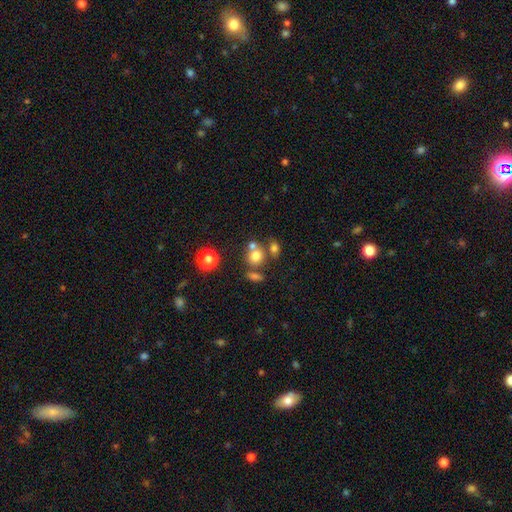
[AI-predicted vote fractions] A smooth galaxy with no disk features (73%) that is round (77%).

Vote fractions:
- Smooth or featured? smooth: 73% / star or artifact: 15% / featured or disk: 12%
- How rounded? round: 77% / in between: 22% / cigar-shaped: 1%
- Merging? none: 52% / merger: 34% / minor disturbance: 10% / major disturbance: 5%